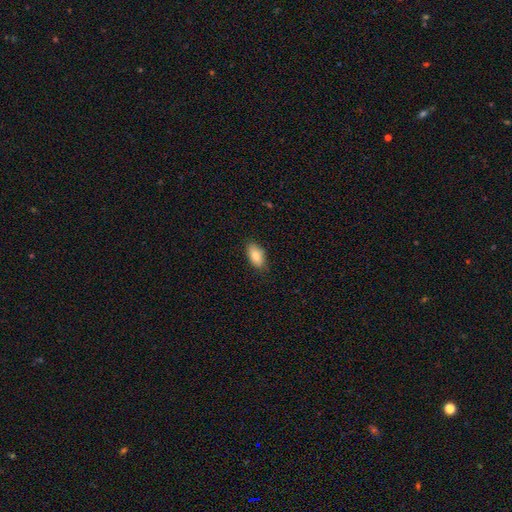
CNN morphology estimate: The model was most divided on "merging": none: 82%, minor disturbance: 14%, major disturbance: 2%, merger: 1%. More confident: how rounded — in between (91%); smooth or featured — smooth (81%).